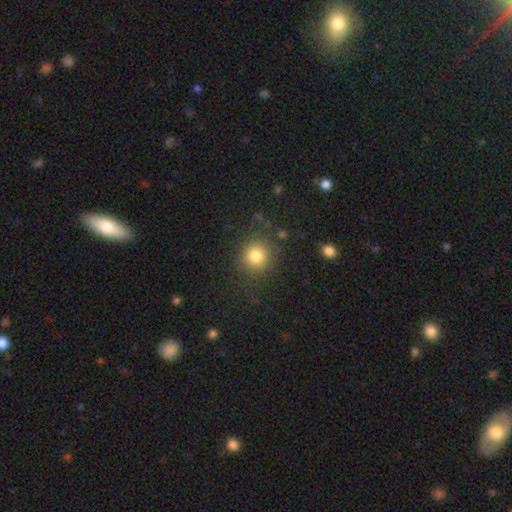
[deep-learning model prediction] Q: Smooth or featured?
A: smooth (81%); runner-up: star or artifact (12%)
Q: How rounded?
A: round (89%); runner-up: in between (10%)
Q: Merging?
A: none (84%); runner-up: minor disturbance (9%)